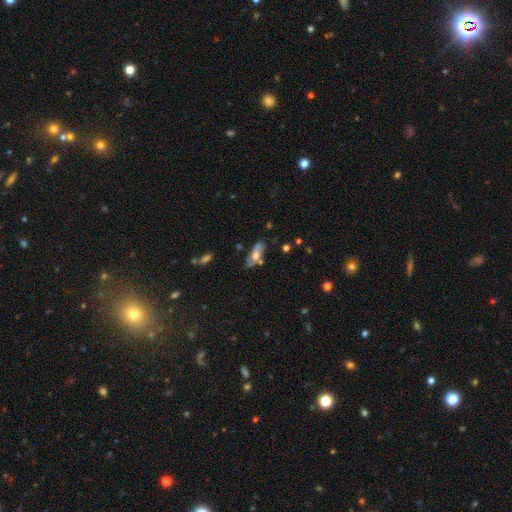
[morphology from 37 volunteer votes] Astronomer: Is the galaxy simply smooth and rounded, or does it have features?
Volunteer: smooth — 57% (runner-up: featured or disk, 38%).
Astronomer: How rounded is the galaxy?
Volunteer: in between — 81%.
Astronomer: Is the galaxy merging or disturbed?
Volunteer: none — 37% (runner-up: minor disturbance, 26%).